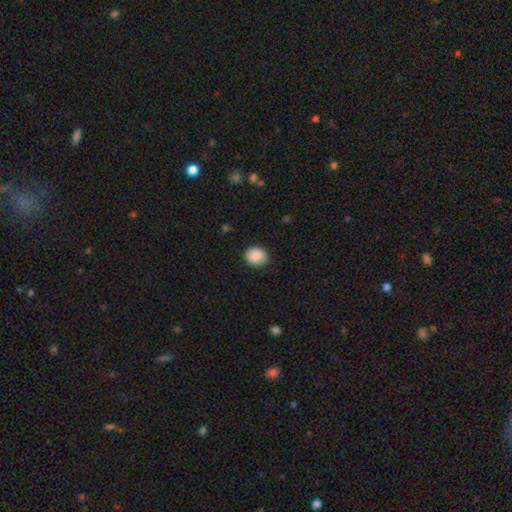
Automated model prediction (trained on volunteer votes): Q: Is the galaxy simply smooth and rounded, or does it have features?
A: smooth — 88%.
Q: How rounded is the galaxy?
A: round — 64%.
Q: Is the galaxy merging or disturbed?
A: none — 81%.